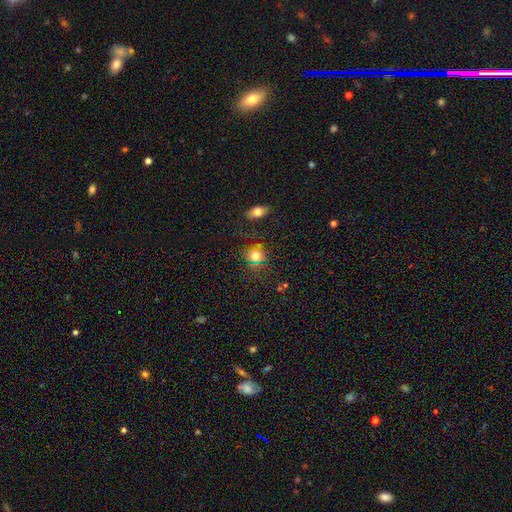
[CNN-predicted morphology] Overall: smooth (70%). How rounded: round (80%). Merging: none (79%).